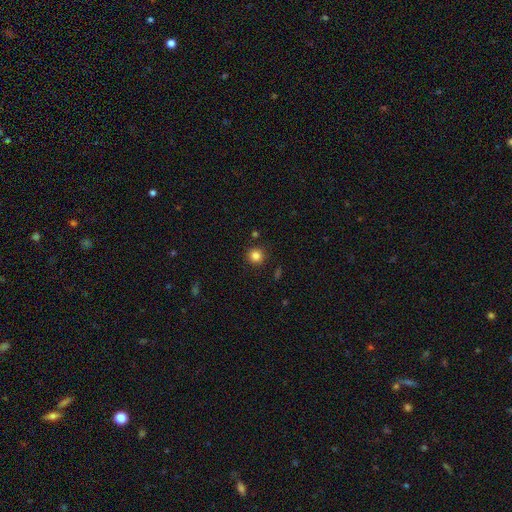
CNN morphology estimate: smooth_or_featured: smooth (p=0.84) [alt: star or artifact p=0.12]
how_rounded: round (p=0.94) [alt: in between p=0.05]
merging: none (p=0.90) [alt: minor disturbance p=0.06]